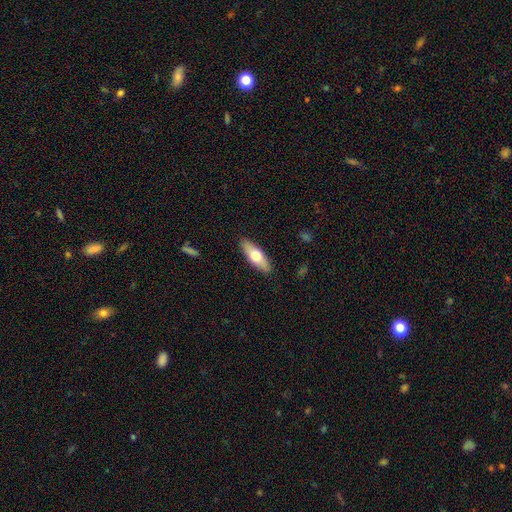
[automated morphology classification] Smooth or featured? Predicted: smooth (p=0.61). How rounded? Predicted: in between (p=0.60). Merging? Predicted: none (p=0.89).